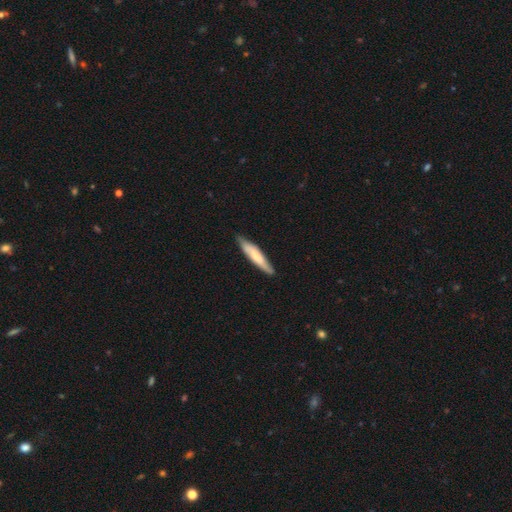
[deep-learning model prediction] smooth 58%, featured or disk 36%, star or artifact 5%. Down the decision tree: how rounded — cigar-shaped (85%); merging — none (78%).